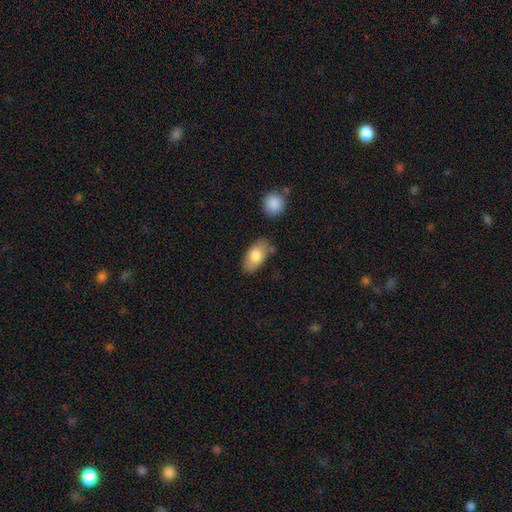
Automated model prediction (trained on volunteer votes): Overall: smooth (79%). How rounded: in between (93%). Merging: none (71%).